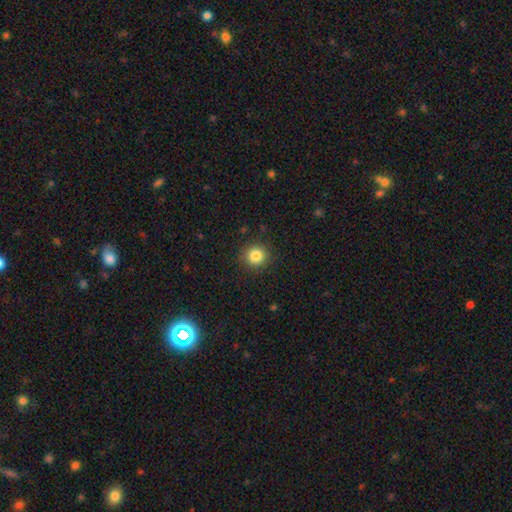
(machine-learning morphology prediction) Smooth or featured? Predicted: smooth (p=0.84). How rounded? Predicted: round (p=0.93). Merging? Predicted: none (p=0.90).